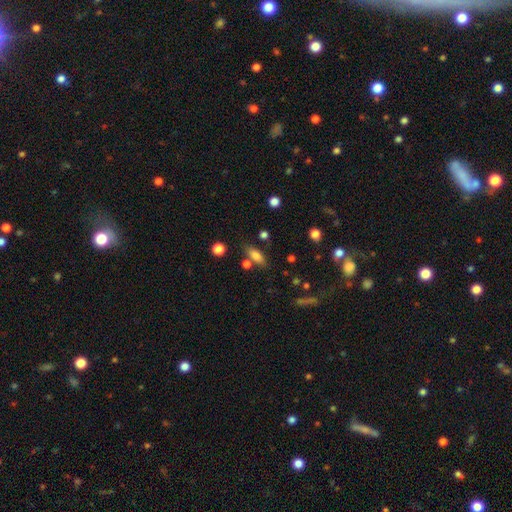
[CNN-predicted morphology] Smooth or featured? smooth (80%)
How rounded? in between (77%)
Merging? none (71%)